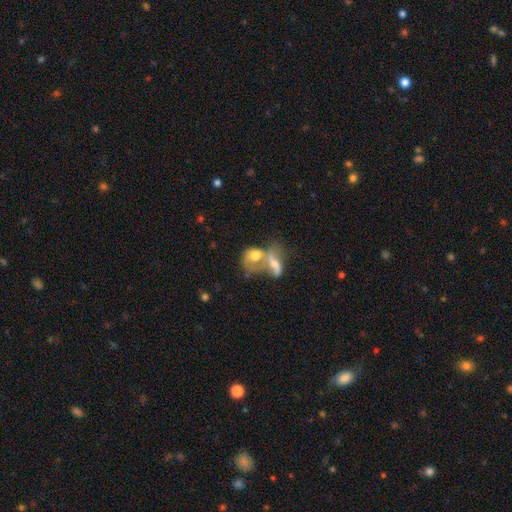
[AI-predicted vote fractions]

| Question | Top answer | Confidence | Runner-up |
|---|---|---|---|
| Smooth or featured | smooth | 57% | featured or disk (34%) |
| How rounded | in between | 64% | round (32%) |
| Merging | merger | 76% | none (11%) |